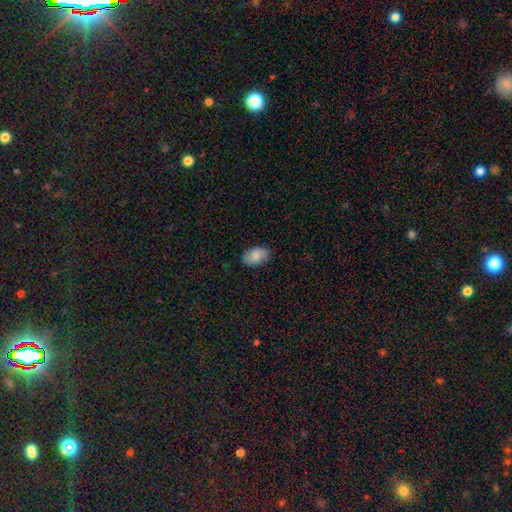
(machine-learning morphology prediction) Q: Smooth or featured?
A: smooth (85%); runner-up: featured or disk (8%)
Q: How rounded?
A: in between (91%); runner-up: round (8%)
Q: Merging?
A: none (85%); runner-up: minor disturbance (12%)